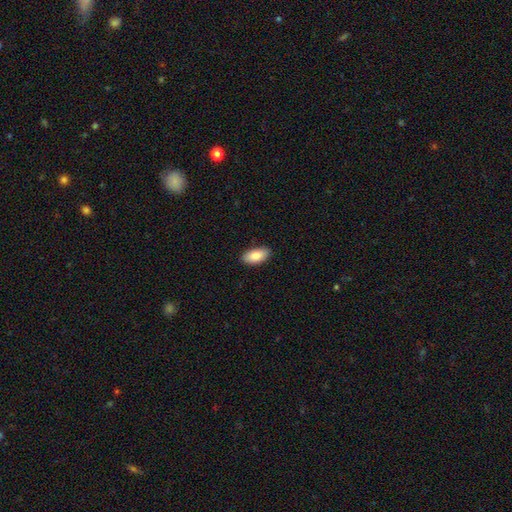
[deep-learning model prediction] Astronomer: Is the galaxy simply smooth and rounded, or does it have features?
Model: smooth — 87%.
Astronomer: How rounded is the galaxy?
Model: in between — 93%.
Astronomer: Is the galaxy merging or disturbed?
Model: none — 87%.